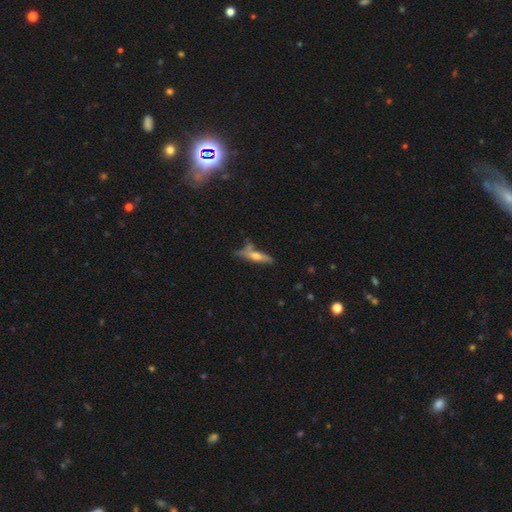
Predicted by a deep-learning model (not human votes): featured or disk 51%, smooth 39%, star or artifact 9%. Down the decision tree: edge-on disk — yes (86%); merging — none (58%).